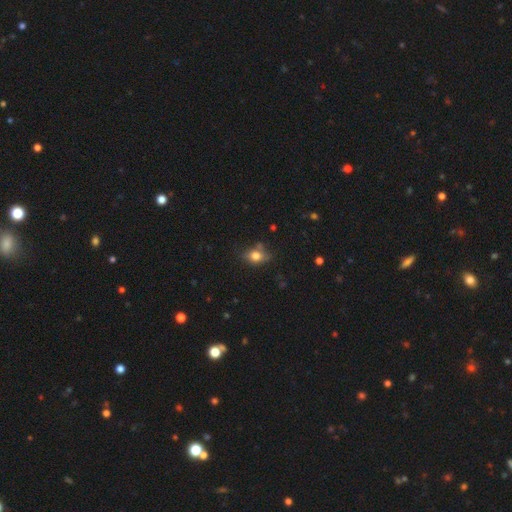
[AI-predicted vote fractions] A smooth galaxy with no disk features (77%) that is in between round and cigar-shaped (67%). Merging: none (62%).